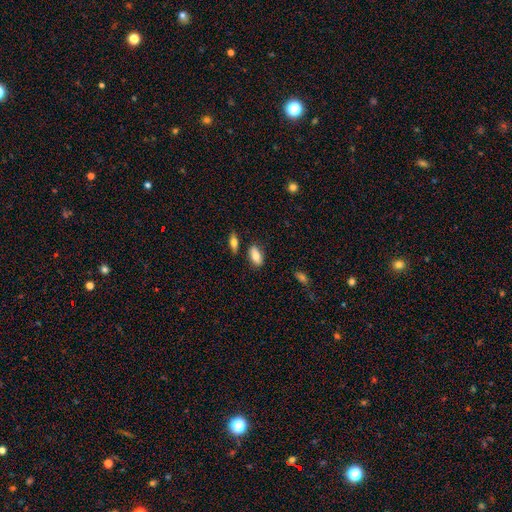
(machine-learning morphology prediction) This appears to be a smooth galaxy with no disk features (76%) that is in between round and cigar-shaped (89%). Merging: none (77%).